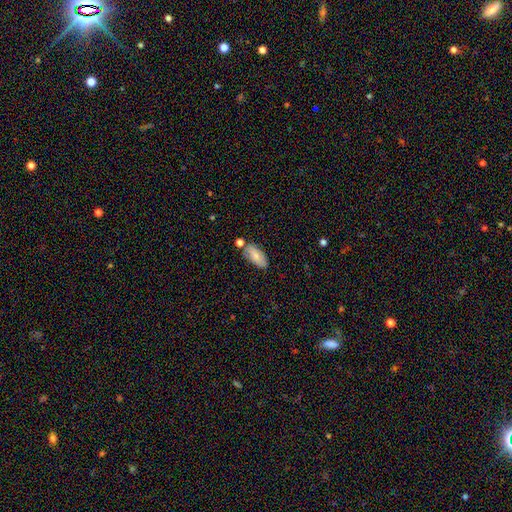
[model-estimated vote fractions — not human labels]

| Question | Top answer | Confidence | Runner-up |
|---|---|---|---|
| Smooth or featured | smooth | 77% | featured or disk (16%) |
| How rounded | in between | 89% | cigar-shaped (8%) |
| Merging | none | 70% | minor disturbance (17%) |